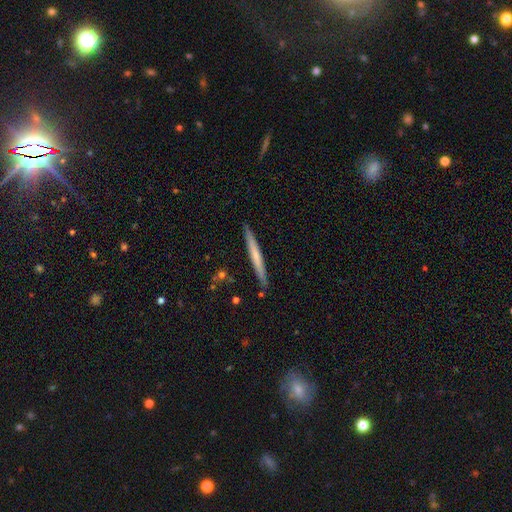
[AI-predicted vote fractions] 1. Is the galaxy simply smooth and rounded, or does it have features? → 53% smooth, 42% featured or disk, 5% star or artifact.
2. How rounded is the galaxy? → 97% cigar-shaped, 2% in between, 1% round.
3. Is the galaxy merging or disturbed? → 90% none, 8% minor disturbance, 2% merger, 1% major disturbance.